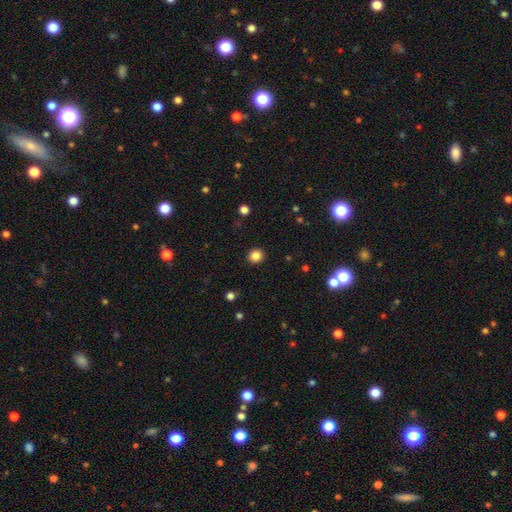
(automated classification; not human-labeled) A smooth galaxy with no disk features (85%) that is round (90%). Merging: none (92%).